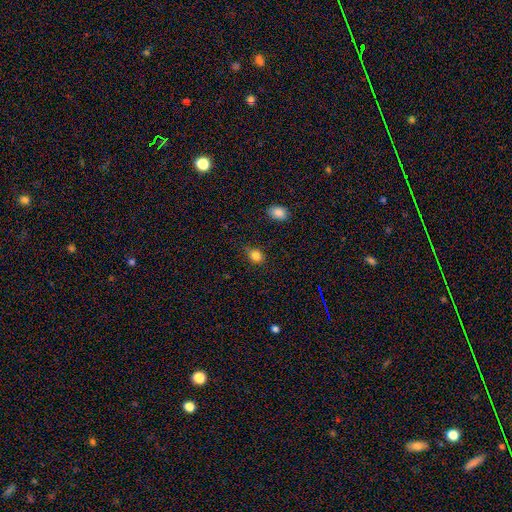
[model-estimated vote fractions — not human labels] Smooth or featured? Predicted: smooth (p=0.83). How rounded? Predicted: round (p=0.60). Merging? Predicted: none (p=0.74).